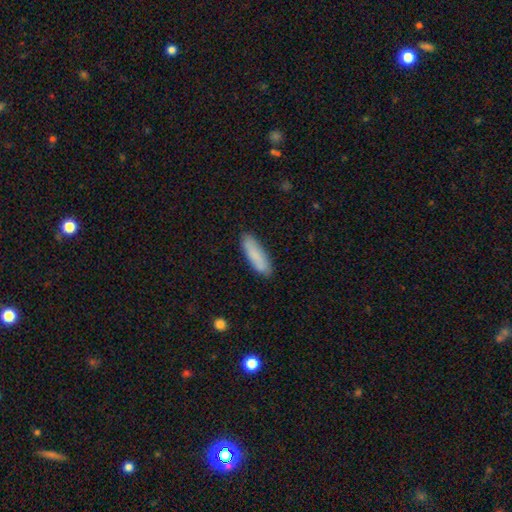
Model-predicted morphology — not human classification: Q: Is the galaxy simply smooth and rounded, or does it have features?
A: smooth — 85%.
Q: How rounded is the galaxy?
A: cigar-shaped — 58%.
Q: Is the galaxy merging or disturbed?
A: none — 86%.